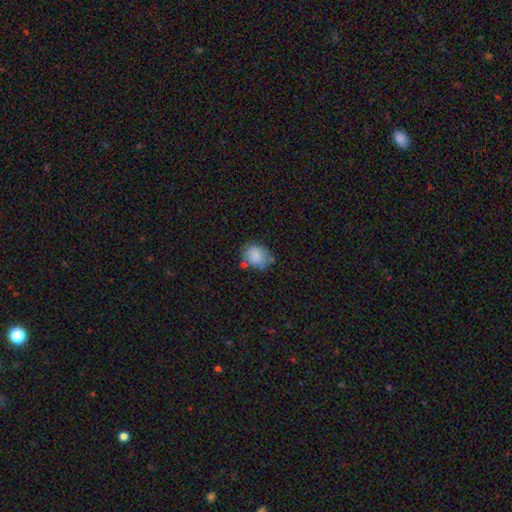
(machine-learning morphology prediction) Overall: smooth (82%). How rounded: round (52%; in between 47%). Merging: none (55%; minor disturbance 28%).